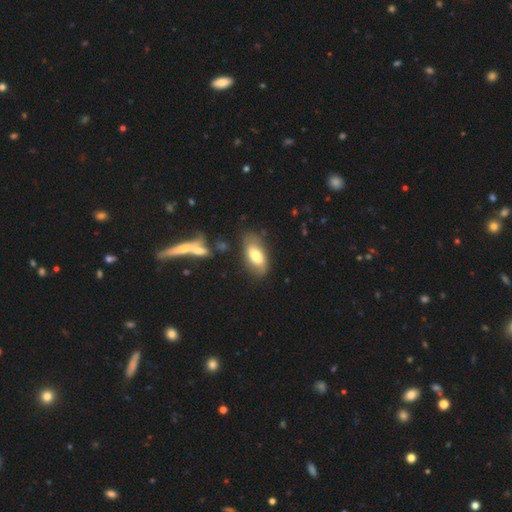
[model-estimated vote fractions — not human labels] A smooth galaxy with no disk features (70%) that is in between round and cigar-shaped (88%).

Vote fractions:
- Smooth or featured? smooth: 70% / featured or disk: 24% / star or artifact: 7%
- How rounded? in between: 88% / cigar-shaped: 9% / round: 3%
- Merging? none: 73% / minor disturbance: 17% / major disturbance: 5% / merger: 5%